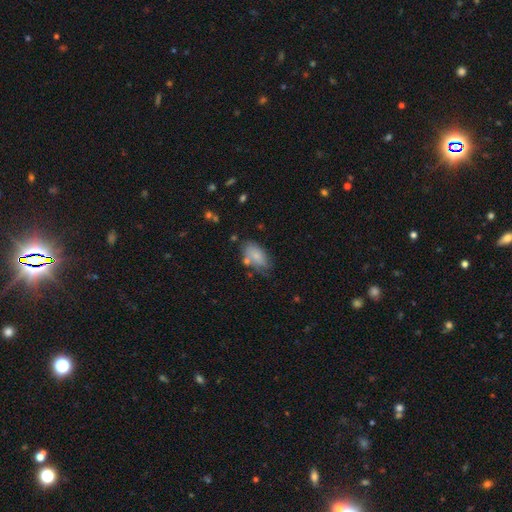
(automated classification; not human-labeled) smooth-or-featured: smooth: 75% | featured or disk: 18% | star or artifact: 8%
  how-rounded: in between: 92% | round: 6% | cigar-shaped: 3%
  merging: none: 52% | minor disturbance: 29% | merger: 10% | major disturbance: 9%